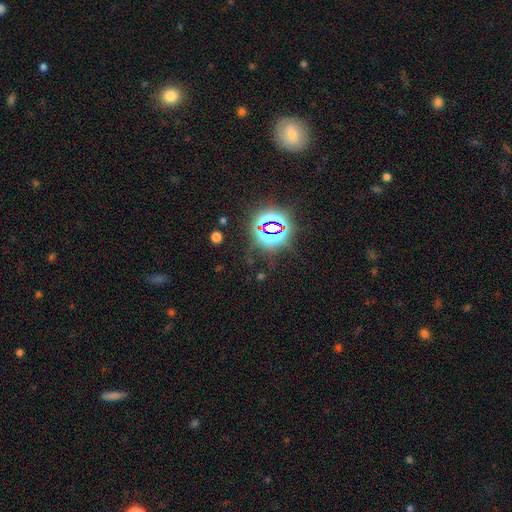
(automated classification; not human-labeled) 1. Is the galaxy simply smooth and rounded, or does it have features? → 80% star or artifact, 13% smooth, 7% featured or disk.